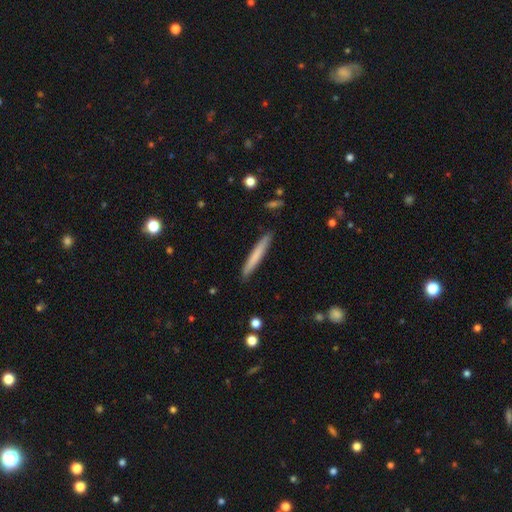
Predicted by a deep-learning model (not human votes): Morphology: type=smooth (72%); roundness=cigar-shaped (96%); merging=none (90%).